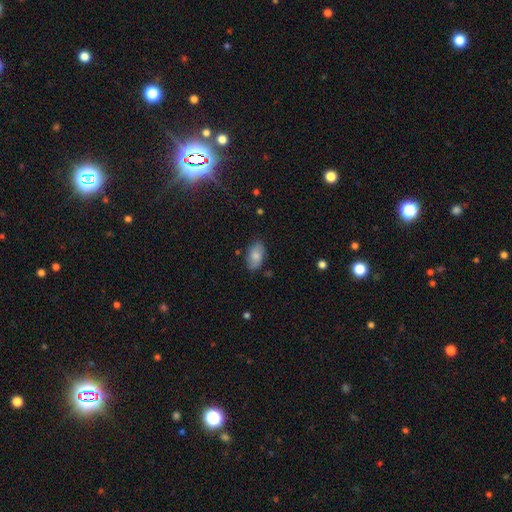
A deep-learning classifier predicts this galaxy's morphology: smooth 78%, featured or disk 15%, star or artifact 7%. Down the decision tree: how rounded — in between (93%); merging — none (80%).